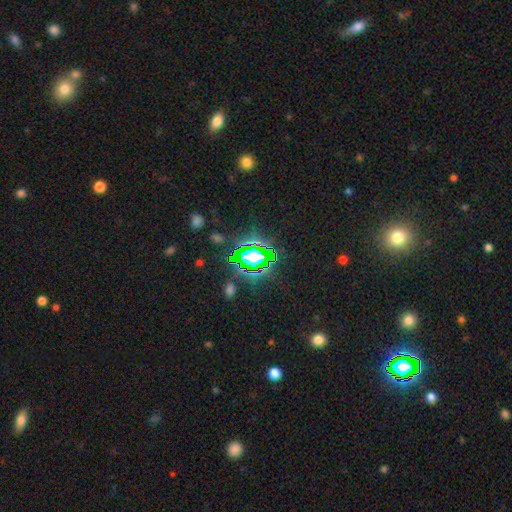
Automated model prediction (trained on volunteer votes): The model was most divided on "smooth or featured": star or artifact: 82%, smooth: 10%, featured or disk: 7%.